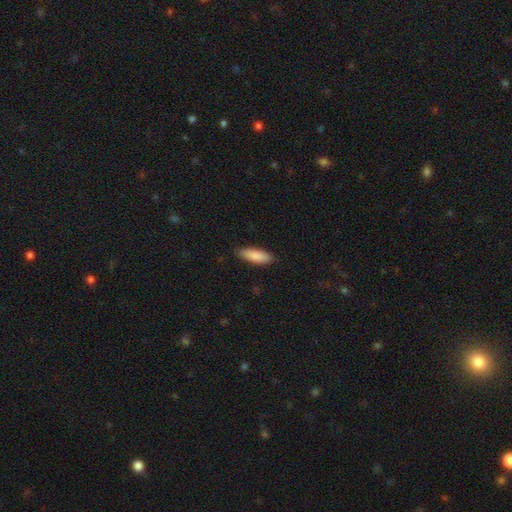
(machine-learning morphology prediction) Q: Smooth or featured?
A: smooth (87%); runner-up: featured or disk (7%)
Q: How rounded?
A: in between (52%); runner-up: cigar-shaped (47%)
Q: Merging?
A: none (86%); runner-up: minor disturbance (11%)